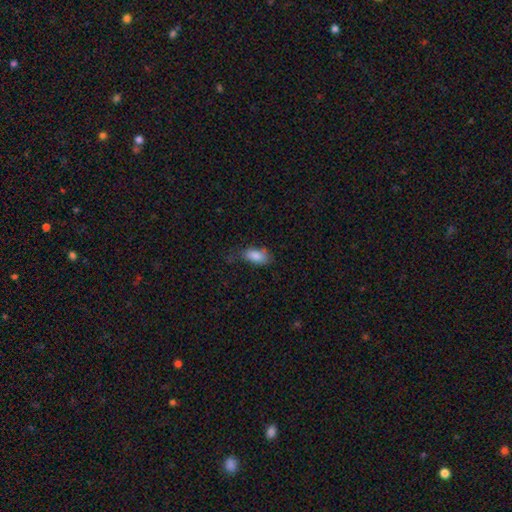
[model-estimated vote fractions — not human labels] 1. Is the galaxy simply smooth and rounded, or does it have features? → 84% smooth, 8% featured or disk, 8% star or artifact.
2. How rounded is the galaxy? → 90% in between, 6% cigar-shaped, 3% round.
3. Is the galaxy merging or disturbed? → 56% none, 30% minor disturbance, 11% major disturbance, 3% merger.